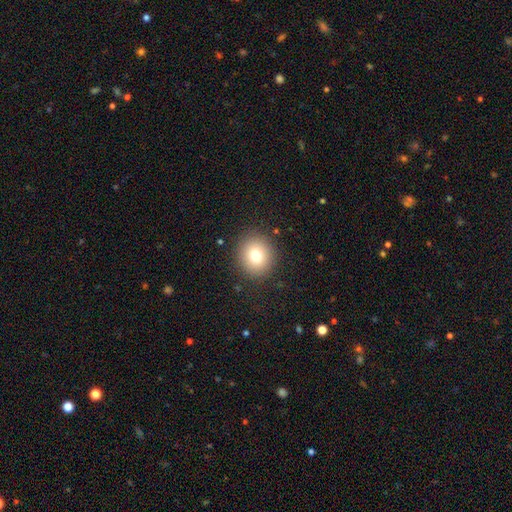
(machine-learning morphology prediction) This is likely a smooth galaxy (76%). How rounded: clearly round (87%). Merging: clearly none (89%).